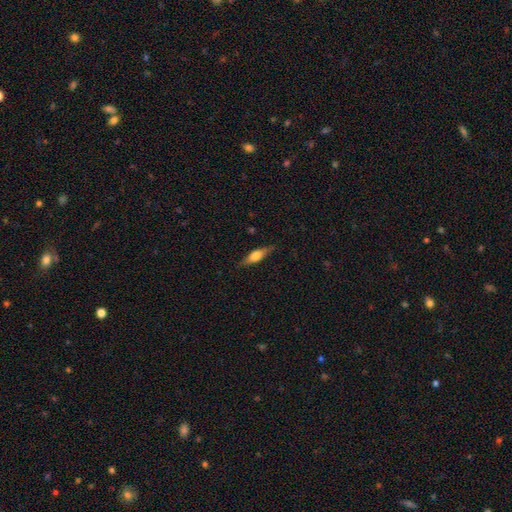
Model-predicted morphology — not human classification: Smooth or featured: featured or disk — 51% (smooth — 42%)
Edge-on disk: yes — 93% (no — 7%)
Merging: none — 84% (minor disturbance — 12%)